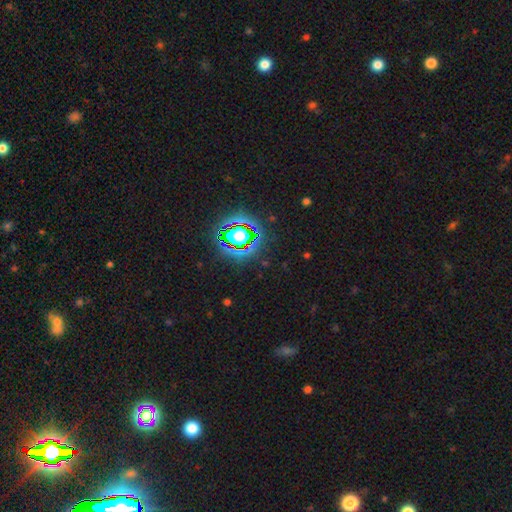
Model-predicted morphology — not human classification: Smooth or featured?
  - star or artifact: 80% *
  - smooth: 12%
  - featured or disk: 8%